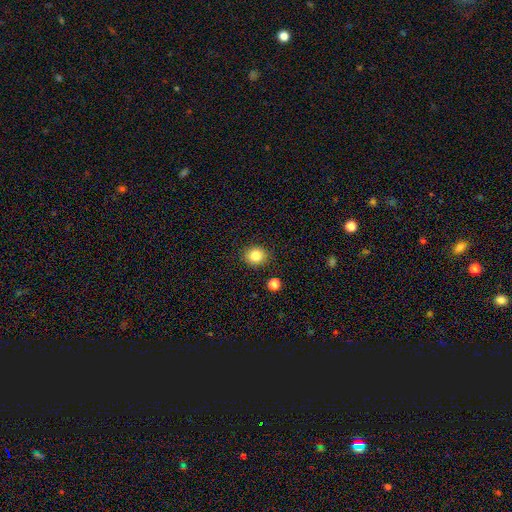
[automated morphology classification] A smooth galaxy with no disk features (84%) that is round (82%).

Vote fractions:
- Smooth or featured? smooth: 84% / star or artifact: 11% / featured or disk: 6%
- How rounded? round: 82% / in between: 17% / cigar-shaped: 1%
- Merging? none: 88% / minor disturbance: 8% / merger: 2% / major disturbance: 2%